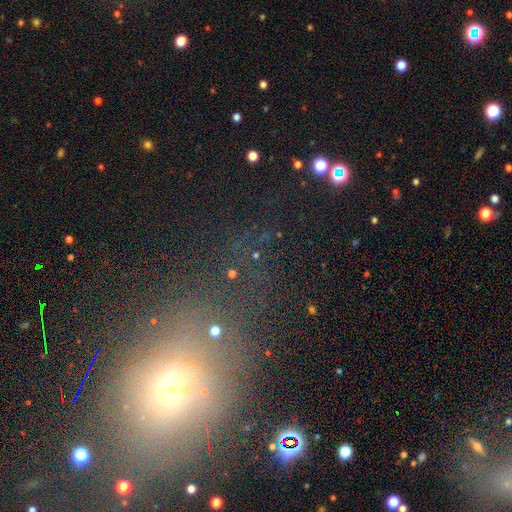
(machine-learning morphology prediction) Smooth or featured? Predicted: star or artifact (p=0.67).